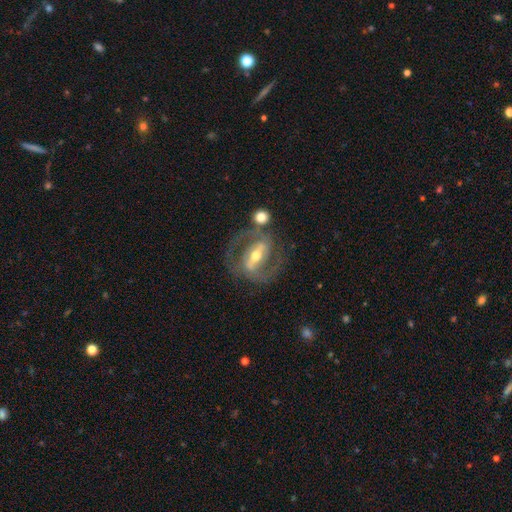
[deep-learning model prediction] smooth-or-featured: featured or disk: 85% | smooth: 9% | star or artifact: 6%
  disk-edge-on: no: 95% | yes: 5%
    bar: strong: 66% | weak: 24% | no: 10%
    has-spiral-arms: yes: 86% | no: 14%
      spiral-winding: medium: 54% | tight: 28% | loose: 18%
      spiral-arm-count: 2: 87% | can't tell: 7% | 1: 3% | 3: 2% | 4: 1% | more than 4: 1%
    bulge-size: moderate: 64% | small: 30% | large: 4% | none: 1% | dominant: 1%
  merging: none: 66% | minor disturbance: 14% | major disturbance: 10% | merger: 9%